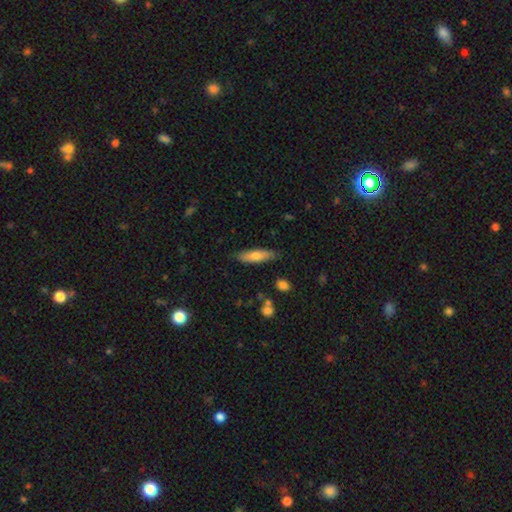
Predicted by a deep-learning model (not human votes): Morphology: type=smooth (70%); roundness=cigar-shaped (66%); merging=none (83%).